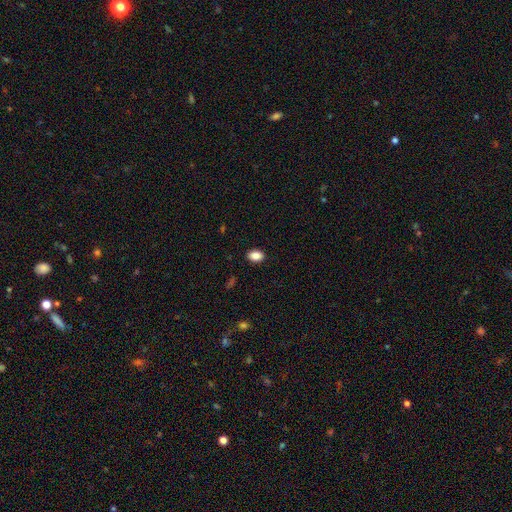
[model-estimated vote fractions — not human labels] A smooth galaxy with no disk features (87%) that is in between round and cigar-shaped (81%).

Vote fractions:
- Smooth or featured? smooth: 87% / star or artifact: 8% / featured or disk: 5%
- How rounded? in between: 81% / round: 17% / cigar-shaped: 1%
- Merging? none: 89% / minor disturbance: 8% / major disturbance: 2% / merger: 1%